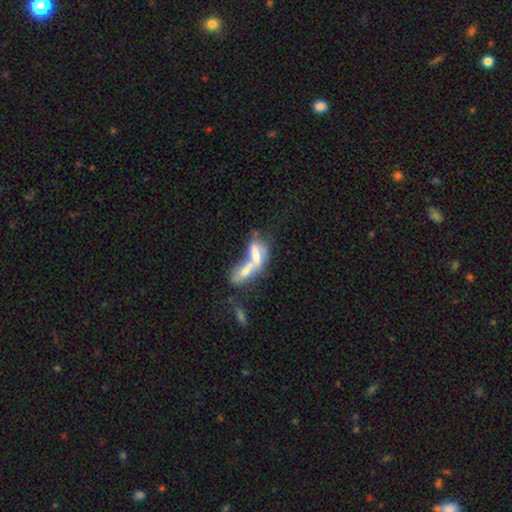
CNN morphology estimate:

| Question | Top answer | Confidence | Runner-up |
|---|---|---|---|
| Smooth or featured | smooth | 54% | featured or disk (36%) |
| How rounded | in between | 61% | cigar-shaped (35%) |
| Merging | merger | 73% | none (12%) |